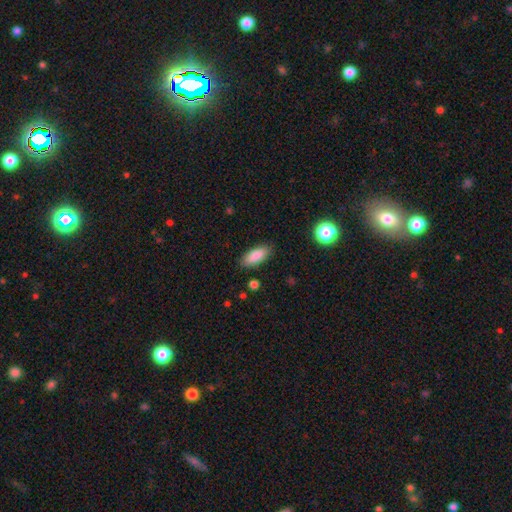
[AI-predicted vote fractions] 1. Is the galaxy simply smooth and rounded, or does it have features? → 87% smooth, 7% star or artifact, 6% featured or disk.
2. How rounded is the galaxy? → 76% in between, 22% cigar-shaped, 2% round.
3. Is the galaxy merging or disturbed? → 87% none, 10% minor disturbance, 2% major disturbance, 1% merger.